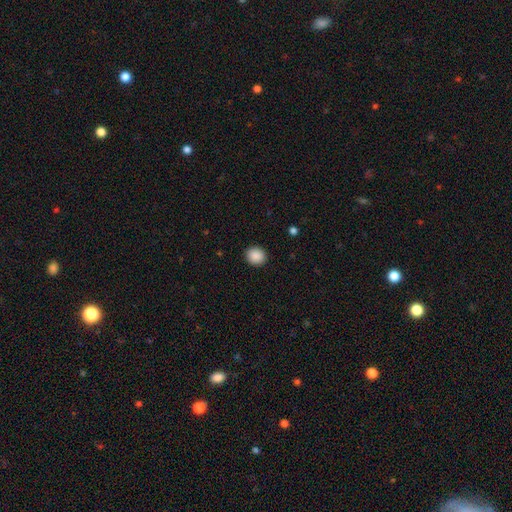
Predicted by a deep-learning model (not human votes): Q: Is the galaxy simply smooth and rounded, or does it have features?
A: smooth — 89%.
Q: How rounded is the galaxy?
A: round — 82%.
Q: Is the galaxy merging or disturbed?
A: none — 92%.